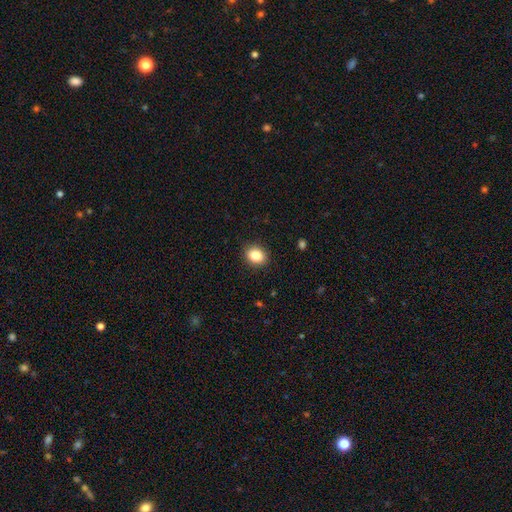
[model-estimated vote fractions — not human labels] Smooth or featured? Predicted: smooth (p=0.85). How rounded? Predicted: in between (p=0.51). Merging? Predicted: none (p=0.89).